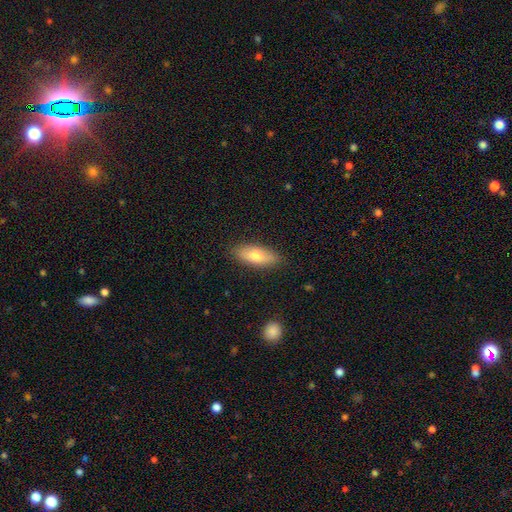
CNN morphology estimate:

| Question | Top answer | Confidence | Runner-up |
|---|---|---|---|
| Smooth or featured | smooth | 72% | featured or disk (22%) |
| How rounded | in between | 75% | cigar-shaped (23%) |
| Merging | none | 86% | minor disturbance (11%) |